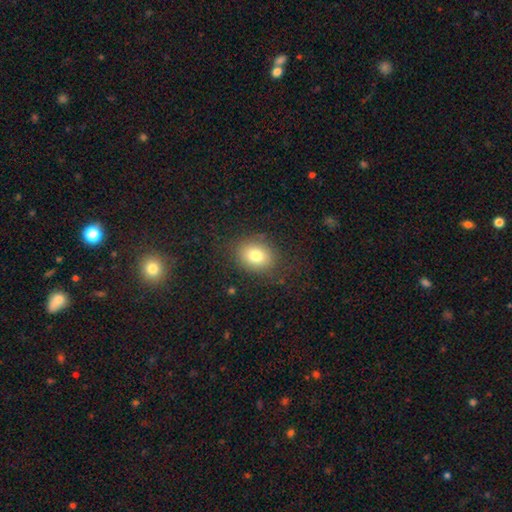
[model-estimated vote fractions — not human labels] smooth_or_featured: smooth (p=0.79) [alt: star or artifact p=0.11]
how_rounded: round (p=0.51) [alt: in between p=0.48]
merging: none (p=0.82) [alt: minor disturbance p=0.11]